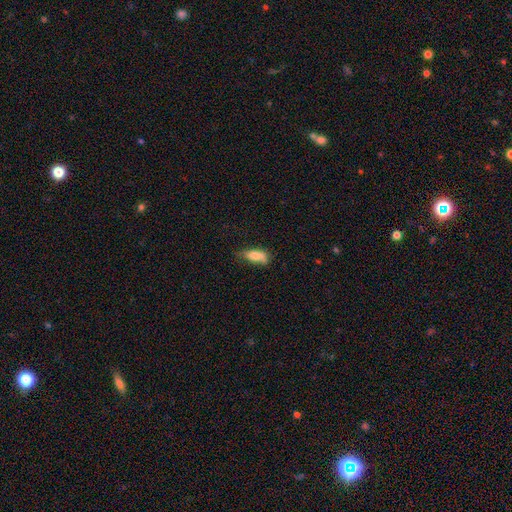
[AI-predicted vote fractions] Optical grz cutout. It shows a smooth galaxy with no disk features (78%) that is in between round and cigar-shaped (75%). Merging: none (47%).